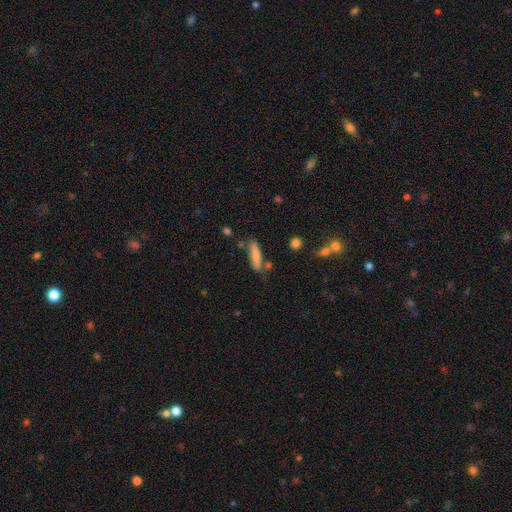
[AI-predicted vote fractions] Smooth or featured? Predicted: smooth (p=0.77). How rounded? Predicted: cigar-shaped (p=0.75). Merging? Predicted: none (p=0.70).